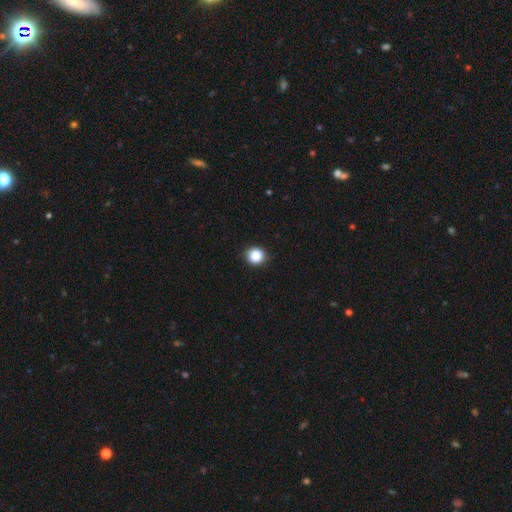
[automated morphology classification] type=smooth (87%); roundness=round (90%); merging=none (90%).